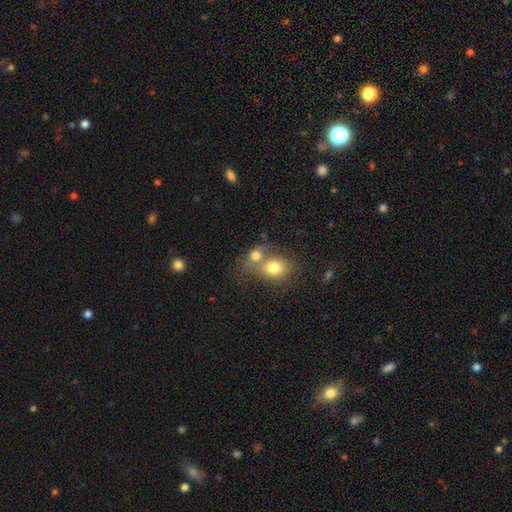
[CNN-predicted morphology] type=smooth (77%); roundness=round (54%); merging=merger (60%).